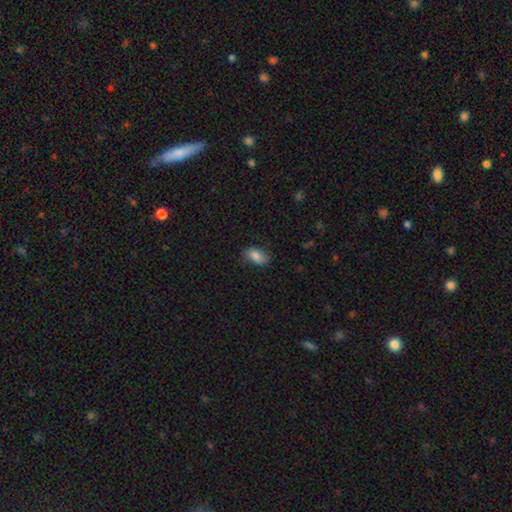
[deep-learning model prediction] smooth_or_featured: smooth (p=0.82) [alt: featured or disk p=0.10]
how_rounded: in between (p=0.91) [alt: round p=0.06]
merging: none (p=0.75) [alt: minor disturbance p=0.20]